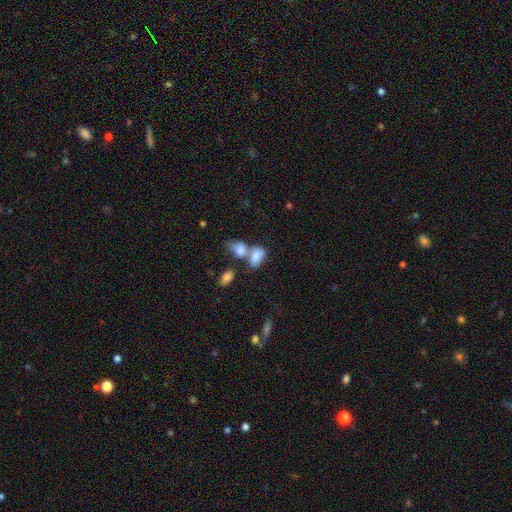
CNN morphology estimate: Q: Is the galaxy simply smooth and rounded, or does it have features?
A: smooth — 78%.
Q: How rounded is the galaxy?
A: in between — 87%.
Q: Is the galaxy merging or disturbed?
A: merger — 58%.